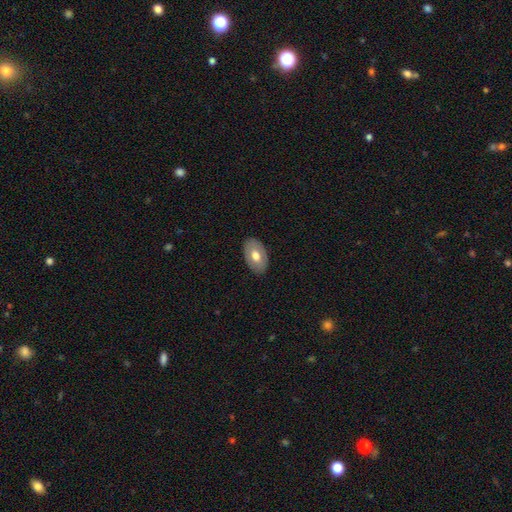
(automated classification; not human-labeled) Smooth or featured: smooth — 64% (featured or disk — 31%)
How rounded: in between — 90% (round — 9%)
Merging: none — 86% (minor disturbance — 11%)